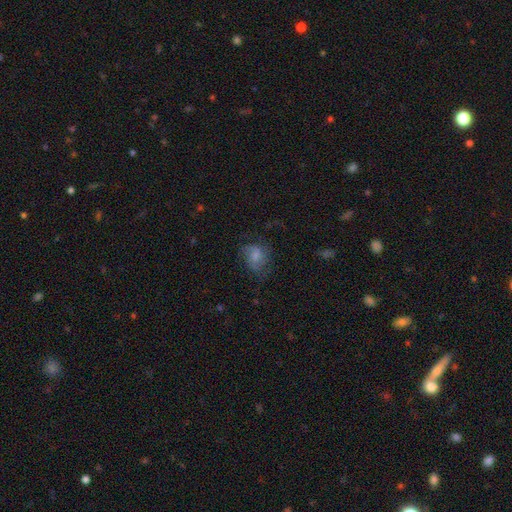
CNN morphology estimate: Smooth or featured? Predicted: smooth (p=0.57). How rounded? Predicted: in between (p=0.51). Merging? Predicted: none (p=0.50).